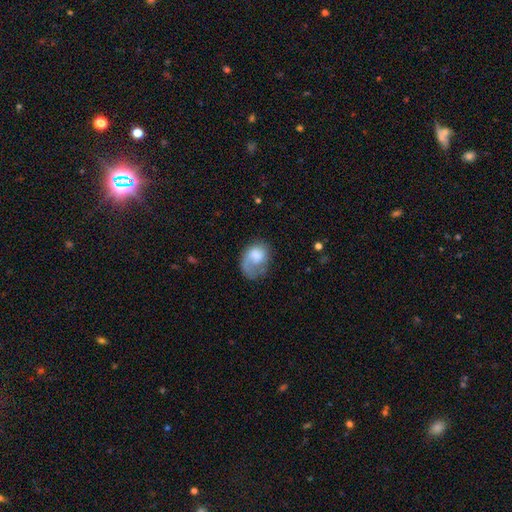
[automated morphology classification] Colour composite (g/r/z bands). It shows a smooth galaxy with no disk features (53%) that is in between round and cigar-shaped (68%). Merging: none (38%).